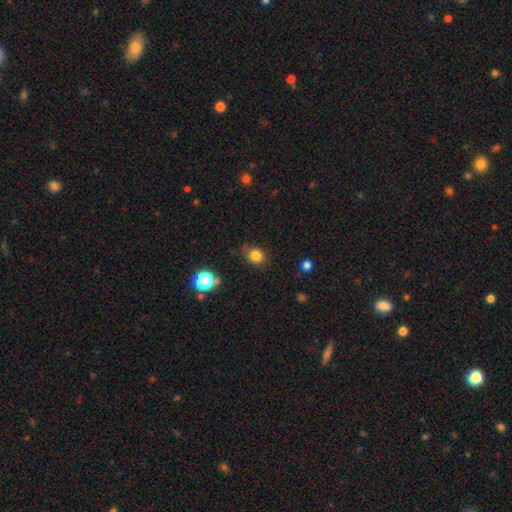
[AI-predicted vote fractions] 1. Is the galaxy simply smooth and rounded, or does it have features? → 82% smooth, 13% star or artifact, 5% featured or disk.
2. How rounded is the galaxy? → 78% round, 21% in between, 1% cigar-shaped.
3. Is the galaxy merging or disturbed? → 77% none, 17% minor disturbance, 4% major disturbance, 2% merger.